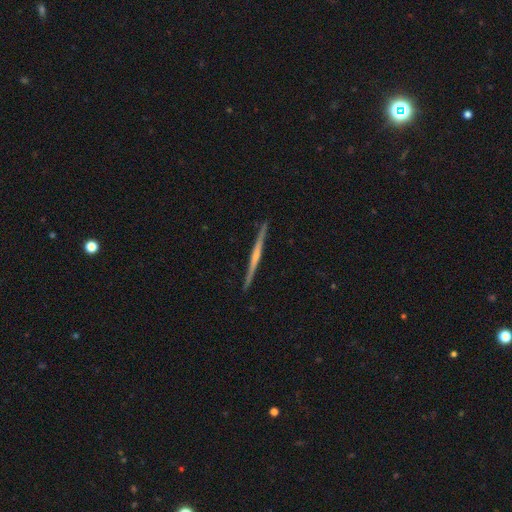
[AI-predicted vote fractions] A featured or disk galaxy (72%) viewed edge-on (97%) with a rounded central bulge (52%). Merging: none (90%).